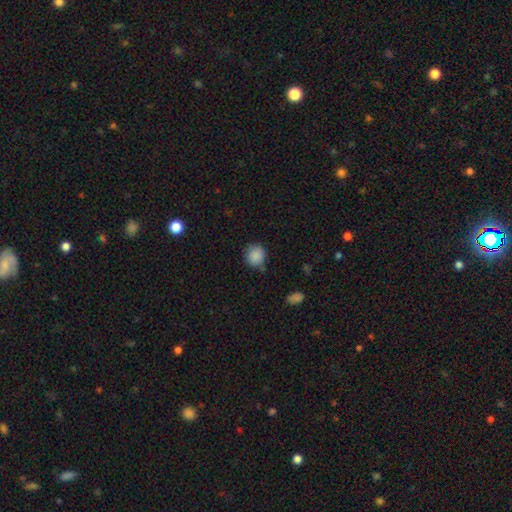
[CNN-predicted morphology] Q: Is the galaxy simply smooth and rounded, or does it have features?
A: smooth — 88%.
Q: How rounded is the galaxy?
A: round — 85%.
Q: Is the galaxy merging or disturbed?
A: none — 77%.